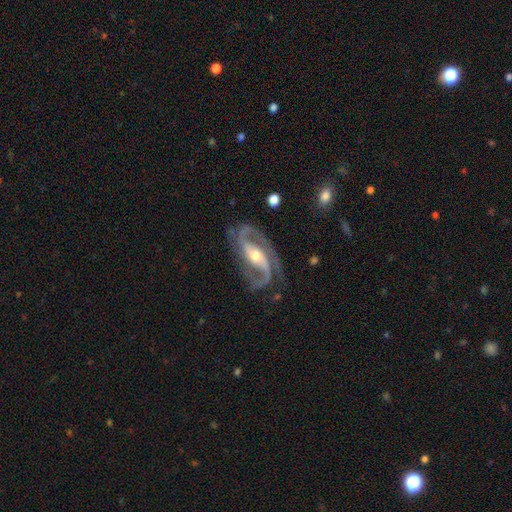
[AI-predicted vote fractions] Smooth or featured? featured or disk (93%)
Edge-on disk? no (97%)
Bar? strong (40%)
Spiral arms? yes (98%)
Spiral winding? medium (59%)
Spiral arm count? 2 (90%)
Bulge size? moderate (64%)
Merging? none (77%)